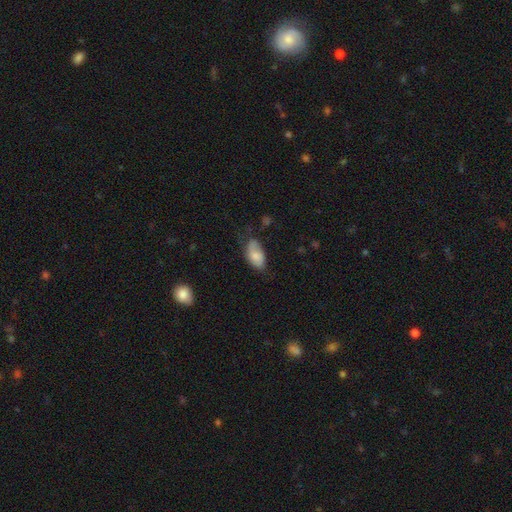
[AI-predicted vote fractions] A smooth galaxy with no disk features (76%) that is in between round and cigar-shaped (93%). Merging: none (52%).